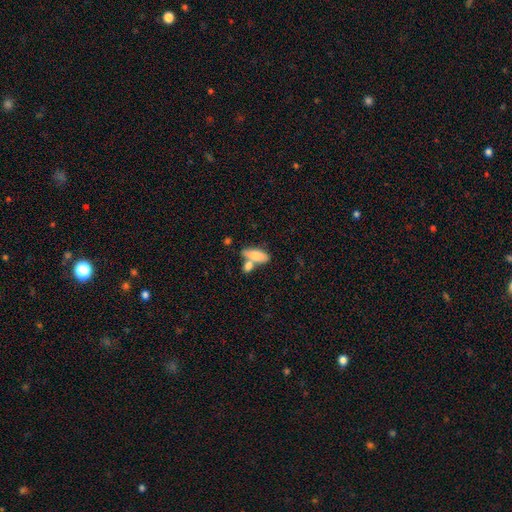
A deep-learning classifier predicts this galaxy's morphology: Smooth or featured: smooth — 77% (featured or disk — 17%)
How rounded: in between — 76% (cigar-shaped — 20%)
Merging: merger — 42% (none — 41%)